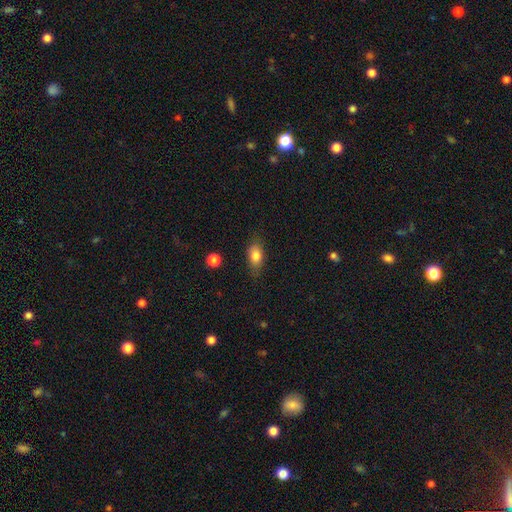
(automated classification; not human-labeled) A smooth galaxy with no disk features (81%) that is in between round and cigar-shaped (82%).

Vote fractions:
- Smooth or featured? smooth: 81% / featured or disk: 11% / star or artifact: 8%
- How rounded? in between: 82% / round: 12% / cigar-shaped: 6%
- Merging? none: 76% / minor disturbance: 19% / major disturbance: 4% / merger: 2%